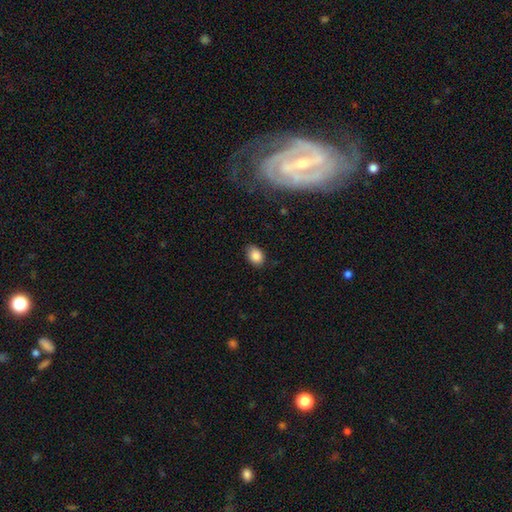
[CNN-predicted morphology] smooth 87%, star or artifact 9%, featured or disk 5%. Down the decision tree: how rounded — in between (77%); merging — none (82%).